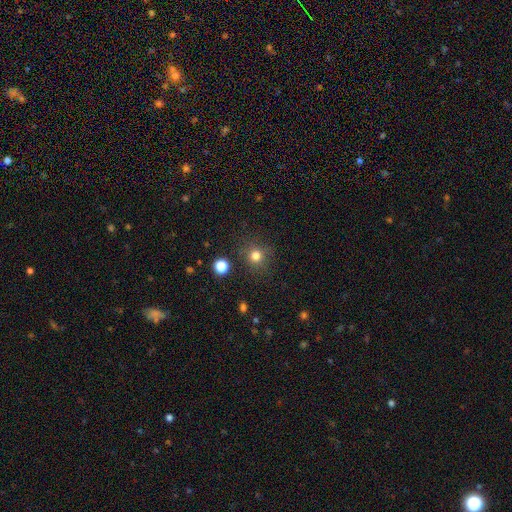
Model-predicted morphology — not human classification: smooth 79%, star or artifact 16%, featured or disk 6%. Down the decision tree: how rounded — round (90%); merging — none (85%).